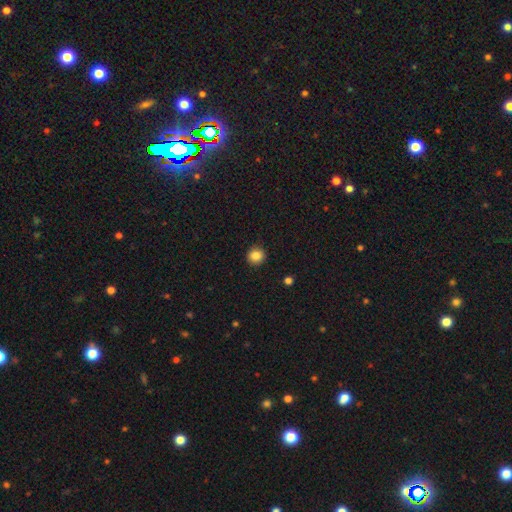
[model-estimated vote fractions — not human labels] smooth_or_featured: smooth (p=0.85) [alt: star or artifact p=0.10]
how_rounded: round (p=0.90) [alt: in between p=0.09]
merging: none (p=0.91) [alt: minor disturbance p=0.06]